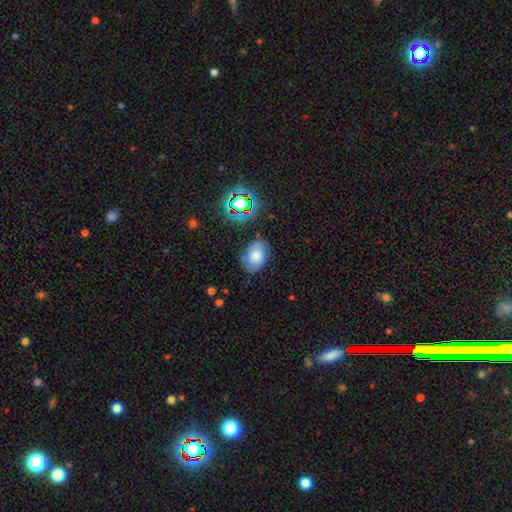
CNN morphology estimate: smooth 55%, featured or disk 31%, star or artifact 14%. Down the decision tree: how rounded — in between (80%); merging — none (67%).